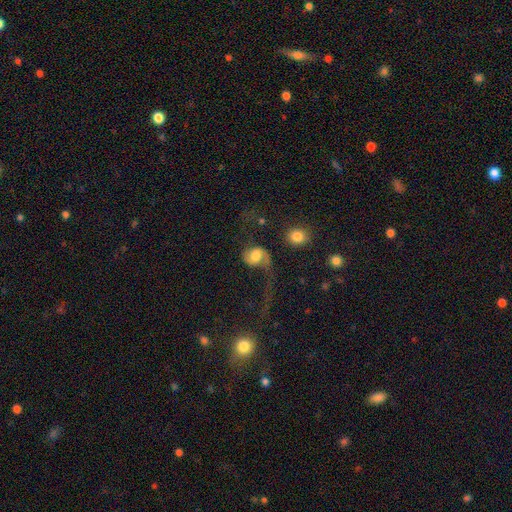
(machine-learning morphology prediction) A featured or disk galaxy (59%) with no bar (54%), spiral arms (86%) and a moderate central bulge (49%). Merging: major disturbance (44%).